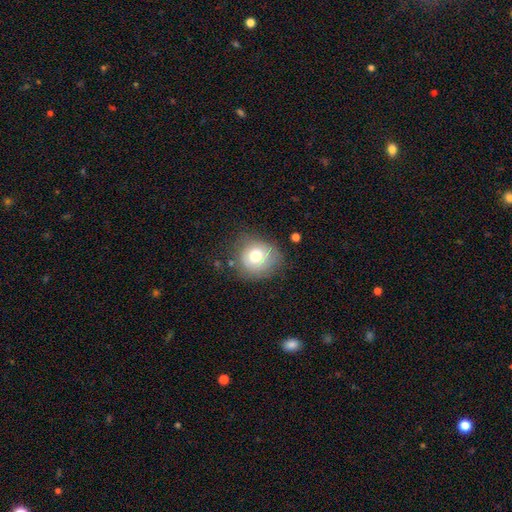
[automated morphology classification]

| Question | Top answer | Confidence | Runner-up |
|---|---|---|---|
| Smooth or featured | smooth | 66% | featured or disk (24%) |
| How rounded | round | 82% | in between (17%) |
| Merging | none | 64% | minor disturbance (23%) |